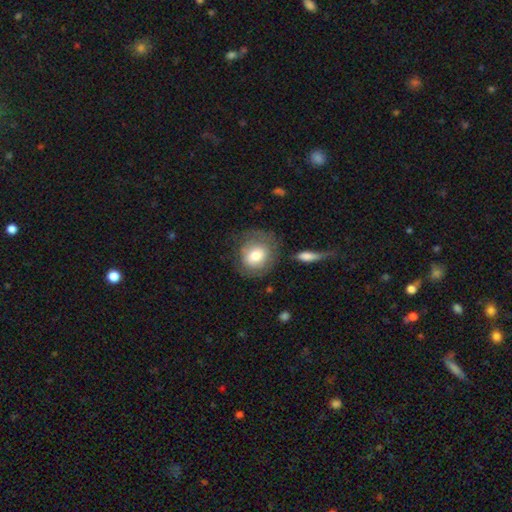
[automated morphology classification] Overall: smooth (67%). How rounded: round (74%). Merging: none (65%).